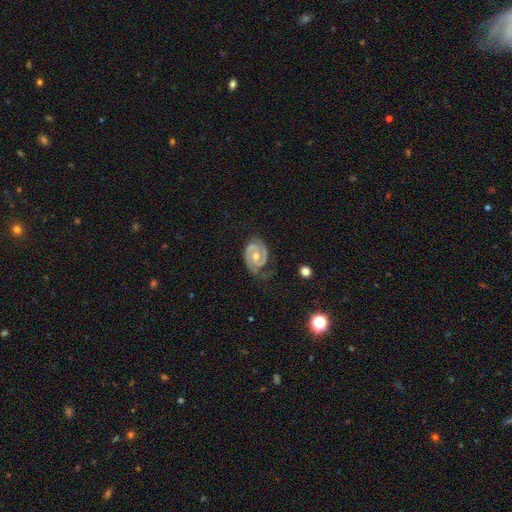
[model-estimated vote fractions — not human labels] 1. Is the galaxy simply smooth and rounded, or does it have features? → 89% featured or disk, 6% smooth, 4% star or artifact.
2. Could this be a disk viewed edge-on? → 98% no, 2% yes.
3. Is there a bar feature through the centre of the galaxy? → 56% no, 34% weak, 10% strong.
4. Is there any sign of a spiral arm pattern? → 97% yes, 3% no.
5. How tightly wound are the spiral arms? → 60% tight, 33% medium, 6% loose.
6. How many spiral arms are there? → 88% 2, 5% 1, 4% can't tell, 2% 3, 1% 4, 1% more than 4.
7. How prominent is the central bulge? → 67% moderate, 28% small, 3% large, 1% none, 1% dominant.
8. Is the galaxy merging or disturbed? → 67% none, 22% minor disturbance, 9% major disturbance, 2% merger.